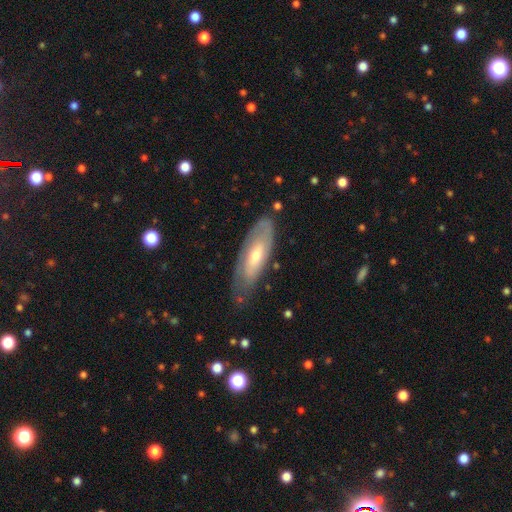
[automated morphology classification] featured or disk 55%, smooth 39%, star or artifact 6%. Down the decision tree: edge-on disk — no (76%); merging — none (67%).